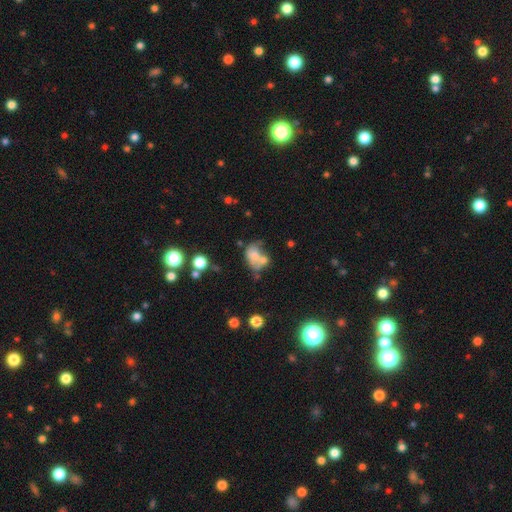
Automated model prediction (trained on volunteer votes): Overall: smooth (63%; featured or disk 25%). How rounded: in between (72%). Merging: merger (46%; none 24%).